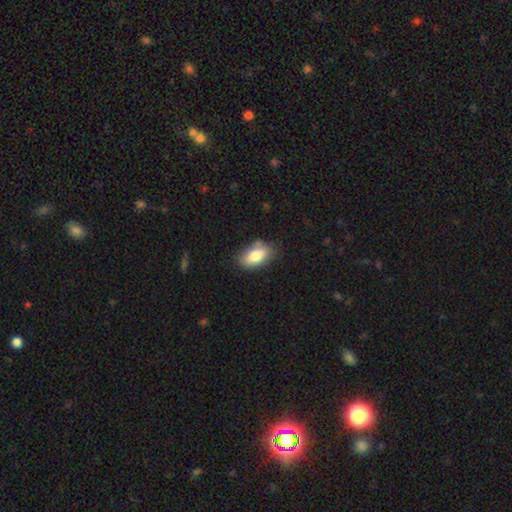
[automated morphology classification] A smooth galaxy with no disk features (81%) that is in between round and cigar-shaped (90%).

Vote fractions:
- Smooth or featured? smooth: 81% / featured or disk: 12% / star or artifact: 7%
- How rounded? in between: 90% / cigar-shaped: 5% / round: 5%
- Merging? none: 74% / minor disturbance: 18% / major disturbance: 4% / merger: 4%